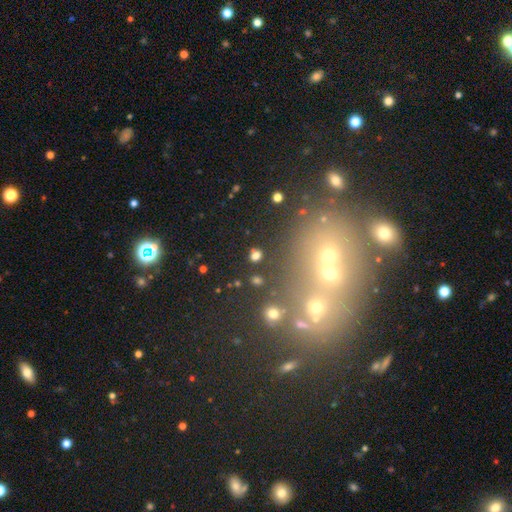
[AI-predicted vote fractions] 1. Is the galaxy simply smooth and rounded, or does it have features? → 72% smooth, 21% star or artifact, 7% featured or disk.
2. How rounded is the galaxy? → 72% round, 26% in between, 2% cigar-shaped.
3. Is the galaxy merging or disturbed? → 85% none, 7% minor disturbance, 4% merger, 4% major disturbance.